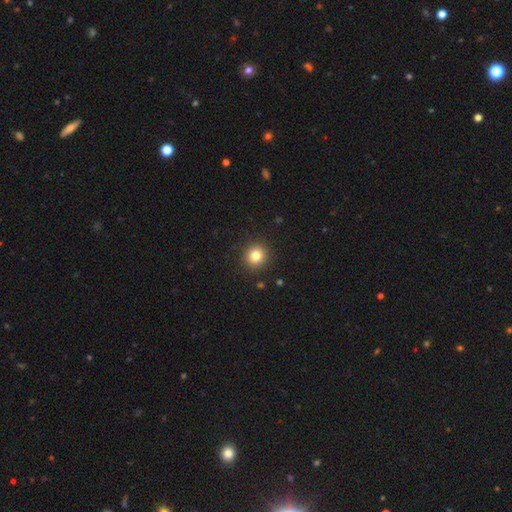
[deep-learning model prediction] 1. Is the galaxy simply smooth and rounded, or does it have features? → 81% smooth, 12% star or artifact, 7% featured or disk.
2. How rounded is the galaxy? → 90% round, 9% in between, 1% cigar-shaped.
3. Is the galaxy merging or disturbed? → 91% none, 6% minor disturbance, 2% major disturbance, 1% merger.